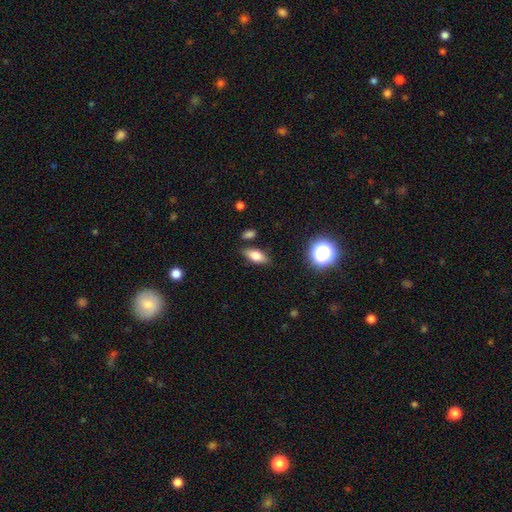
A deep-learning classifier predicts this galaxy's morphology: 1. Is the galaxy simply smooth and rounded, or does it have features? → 70% smooth, 21% featured or disk, 10% star or artifact.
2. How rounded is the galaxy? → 79% in between, 16% cigar-shaped, 5% round.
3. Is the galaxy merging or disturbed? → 82% none, 11% minor disturbance, 3% merger, 3% major disturbance.